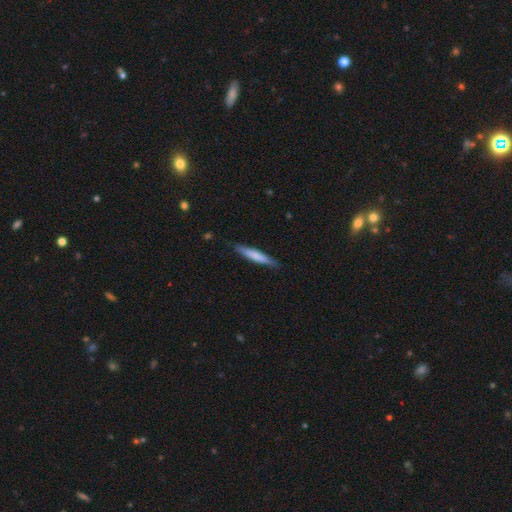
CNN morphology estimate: smooth 71%, featured or disk 24%, star or artifact 5%. Down the decision tree: how rounded — cigar-shaped (93%); merging — none (87%).